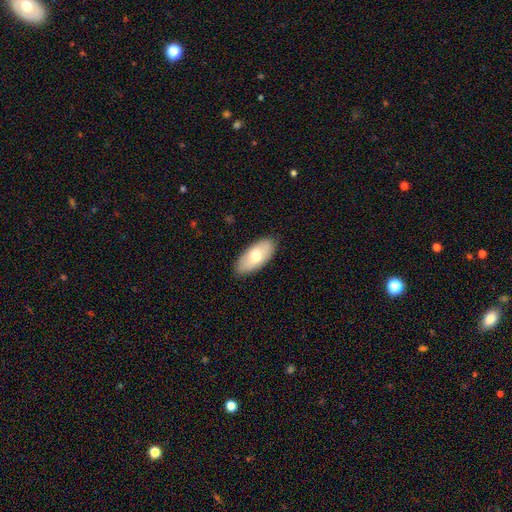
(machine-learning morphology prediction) Overall: smooth (70%). How rounded: in between (92%). Merging: none (87%).